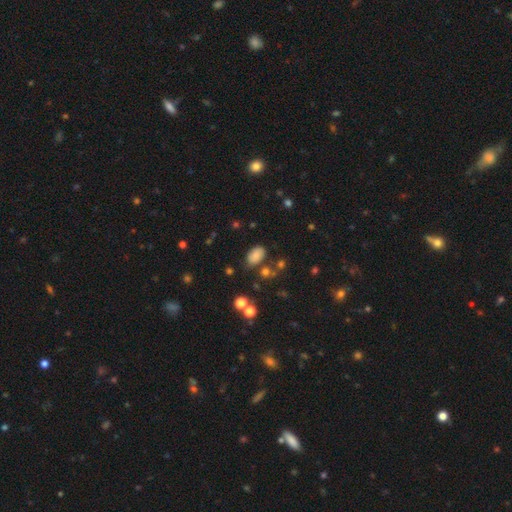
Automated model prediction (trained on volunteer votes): A smooth galaxy with no disk features (77%) that is in between round and cigar-shaped (89%).

Vote fractions:
- Smooth or featured? smooth: 77% / star or artifact: 13% / featured or disk: 10%
- How rounded? in between: 89% / round: 10% / cigar-shaped: 1%
- Merging? none: 70% / minor disturbance: 19% / major disturbance: 6% / merger: 5%